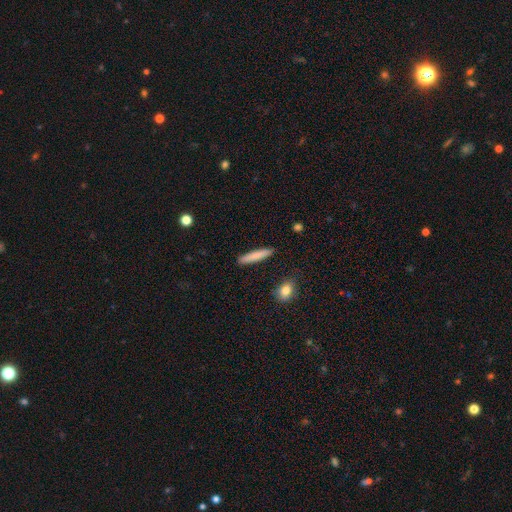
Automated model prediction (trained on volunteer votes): Overall: smooth (81%). How rounded: cigar-shaped (92%). Merging: none (91%).